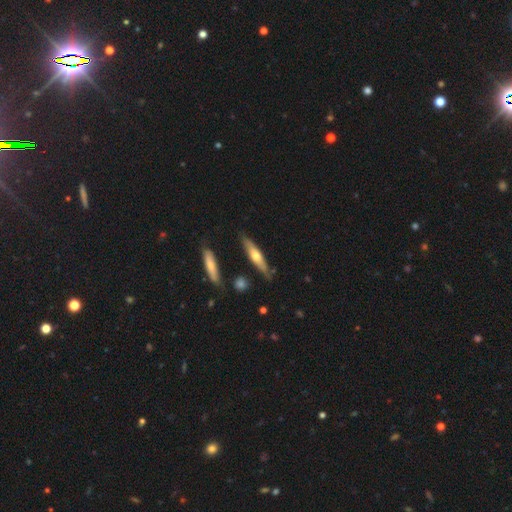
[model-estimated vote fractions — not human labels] This appears to be a smooth galaxy with no disk features (50%). Merging: none (78%).